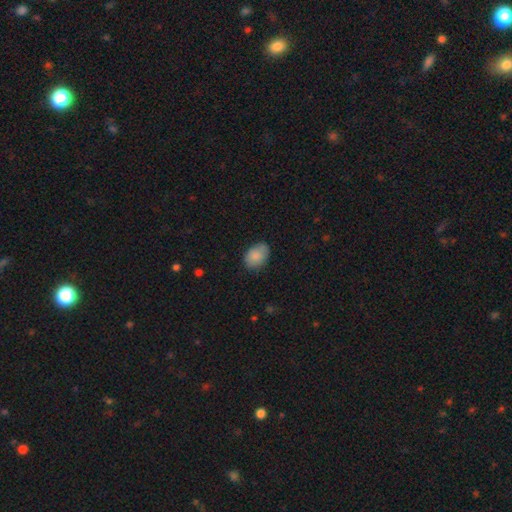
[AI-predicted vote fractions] smooth_or_featured: smooth (p=0.87) [alt: star or artifact p=0.07]
how_rounded: in between (p=0.82) [alt: round p=0.17]
merging: none (p=0.77) [alt: minor disturbance p=0.18]